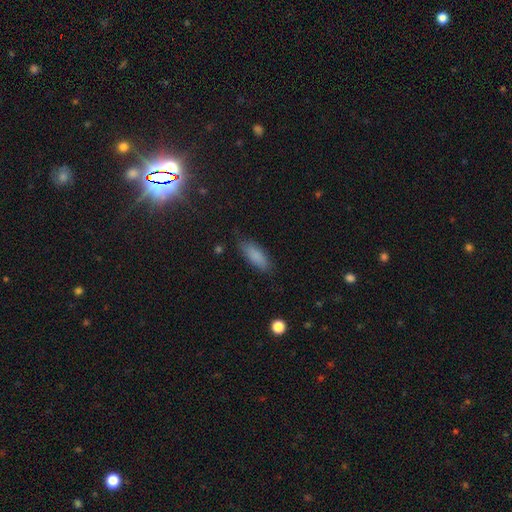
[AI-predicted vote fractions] Morphology: type=smooth (85%); roundness=in between (65%); merging=none (80%).